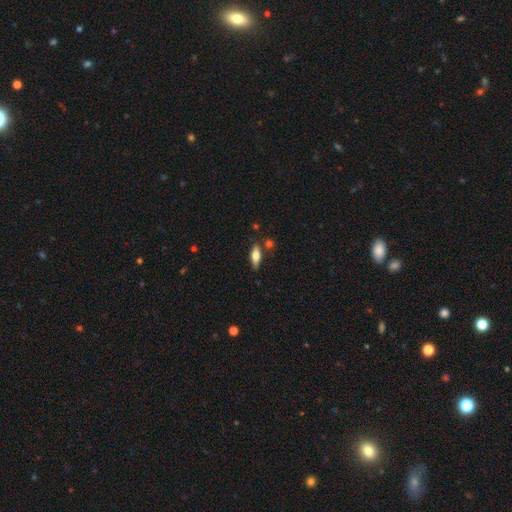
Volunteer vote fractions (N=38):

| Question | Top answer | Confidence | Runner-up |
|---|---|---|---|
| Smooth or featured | smooth | 66% | featured or disk (32%) |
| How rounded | cigar-shaped | 64% | in between (36%) |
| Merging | none | 81% | minor disturbance (16%) |